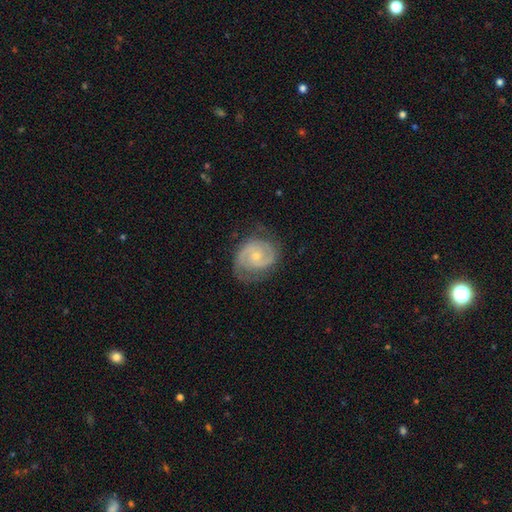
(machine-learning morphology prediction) A featured or disk galaxy (87%) with no bar (65%), 2 (85%) tight (50%) spiral arms (97%) and a small central bulge (67%).

Vote fractions:
- Smooth or featured? featured or disk: 87% / smooth: 8% / star or artifact: 5%
- Edge-on disk? no: 98% / yes: 2%
- Bar? no: 65% / weak: 30% / strong: 6%
- Spiral arms? yes: 97% / no: 3%
- Spiral winding? tight: 50% / medium: 42% / loose: 9%
- Spiral arm count? 2: 85% / can't tell: 6% / 3: 4% / 1: 2% / 4: 1% / more than 4: 1%
- Bulge size? small: 67% / moderate: 29% / none: 2% / large: 1% / dominant: 1%
- Merging? none: 73% / minor disturbance: 19% / major disturbance: 7% / merger: 1%